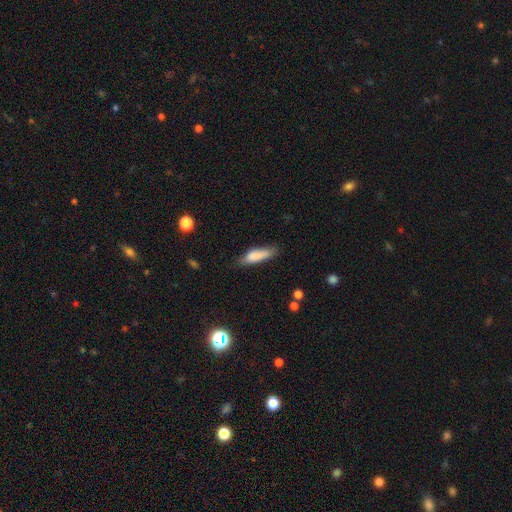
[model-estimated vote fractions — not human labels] The model was most divided on "how rounded": cigar-shaped: 57%, in between: 41%, round: 2%. More confident: smooth or featured — smooth (82%); merging — none (63%).